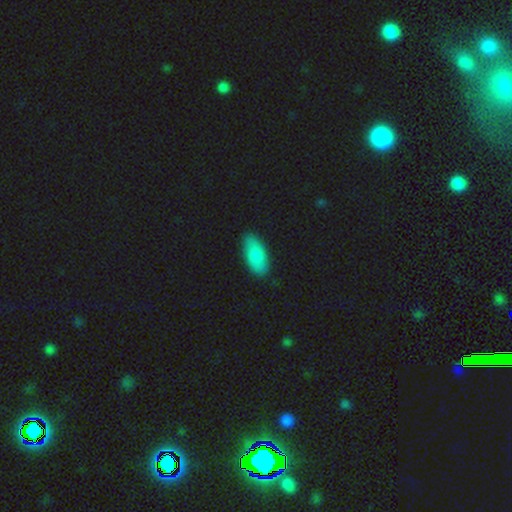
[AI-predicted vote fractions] The model was most divided on "smooth or featured": smooth: 84%, featured or disk: 10%, star or artifact: 7%. More confident: how rounded — in between (90%); merging — none (85%).